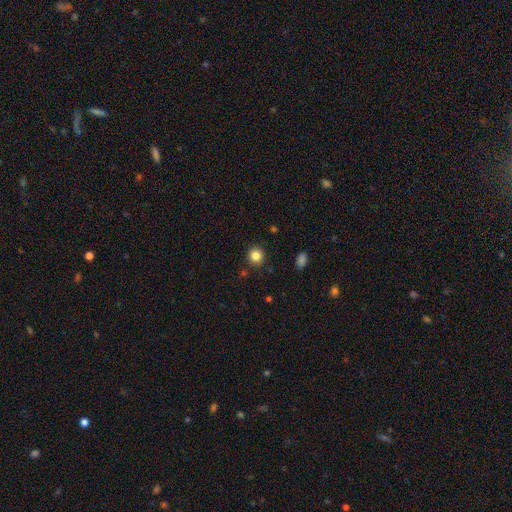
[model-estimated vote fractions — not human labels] Smooth or featured? smooth (84%)
How rounded? round (91%)
Merging? none (90%)